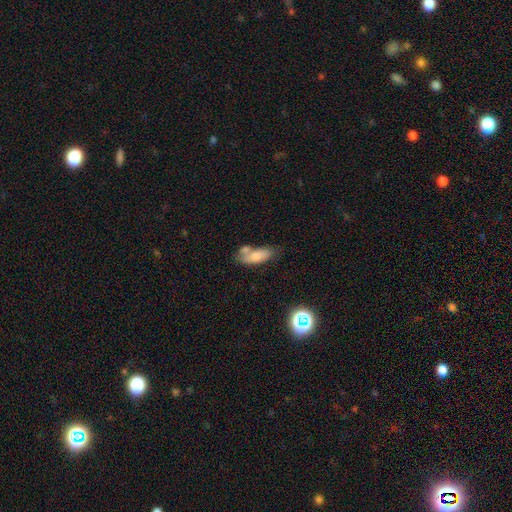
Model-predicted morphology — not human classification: Overall: smooth (75%). How rounded: in between (78%). Merging: none (46%; merger 27%).